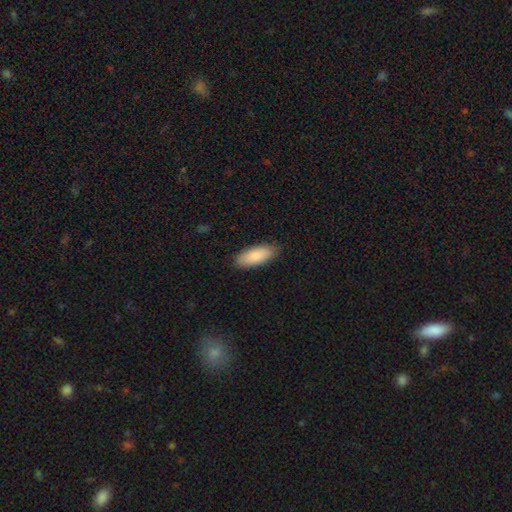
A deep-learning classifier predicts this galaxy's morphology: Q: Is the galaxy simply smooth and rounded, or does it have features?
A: smooth — 86%.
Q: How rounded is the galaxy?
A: in between — 80%.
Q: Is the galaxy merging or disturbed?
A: none — 86%.